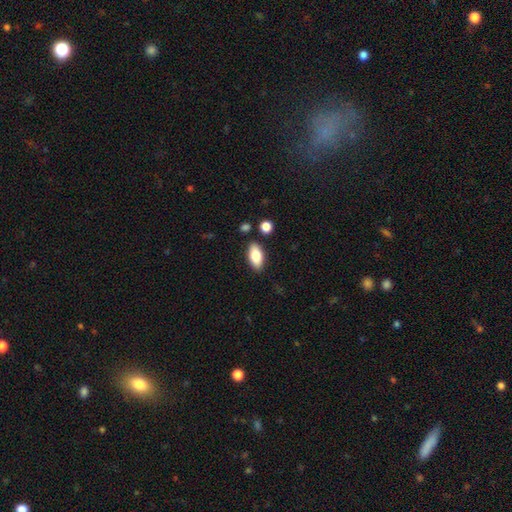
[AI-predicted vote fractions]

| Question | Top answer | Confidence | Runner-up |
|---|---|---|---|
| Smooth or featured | smooth | 80% | featured or disk (13%) |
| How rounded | in between | 89% | cigar-shaped (8%) |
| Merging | none | 85% | minor disturbance (10%) |